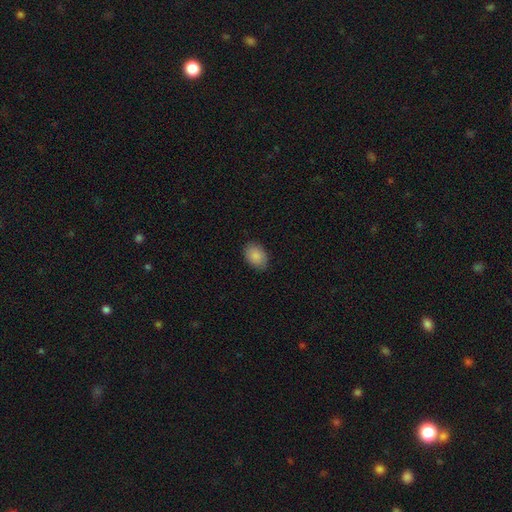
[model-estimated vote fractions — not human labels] A smooth galaxy with no disk features (89%) that is in between round and cigar-shaped (83%). Merging: none (86%).